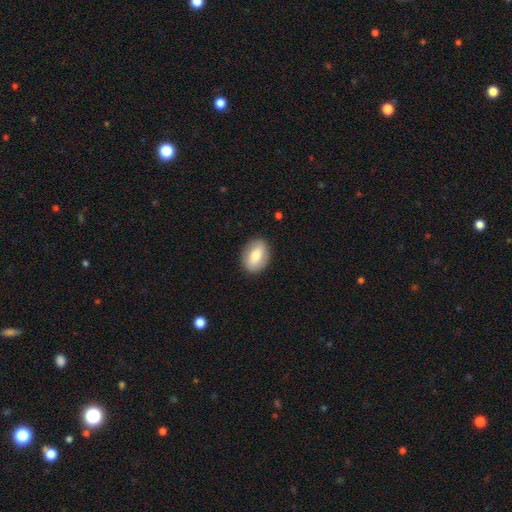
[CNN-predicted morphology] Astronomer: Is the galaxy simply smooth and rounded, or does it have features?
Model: smooth — 73%.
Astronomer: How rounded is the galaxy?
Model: in between — 80%.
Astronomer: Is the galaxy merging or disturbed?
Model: none — 88%.